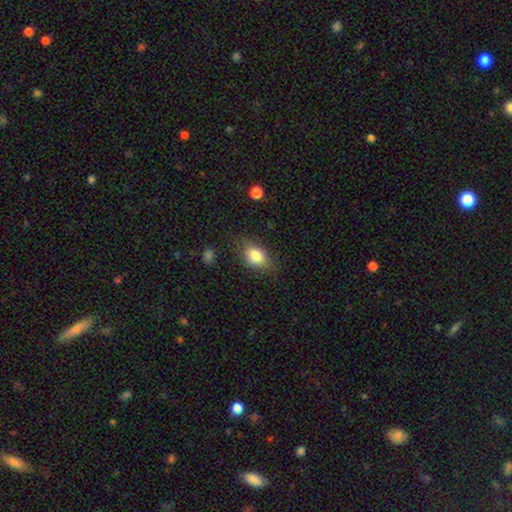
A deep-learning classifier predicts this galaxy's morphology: type=smooth (82%); roundness=in between (76%); merging=none (74%).